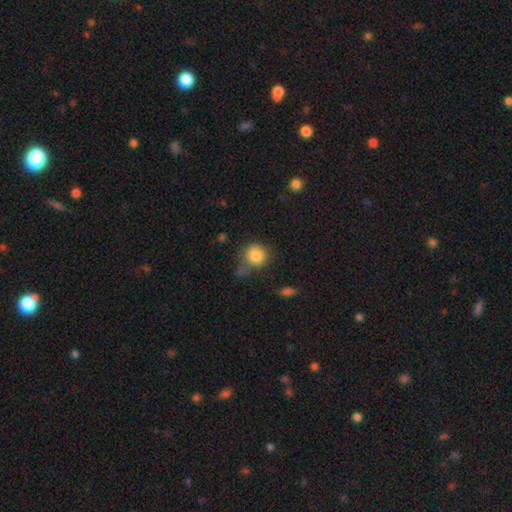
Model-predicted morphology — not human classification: Smooth or featured?
  - smooth: 83% *
  - star or artifact: 9%
  - featured or disk: 7%
How rounded?
  - round: 86% *
  - in between: 13%
  - cigar-shaped: 1%
Merging?
  - none: 56% *
  - minor disturbance: 21%
  - merger: 14%
  - major disturbance: 9%